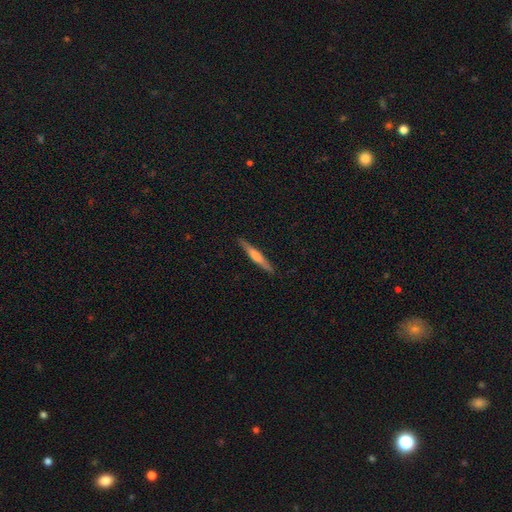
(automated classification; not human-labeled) featured or disk 56%, smooth 38%, star or artifact 6%. Down the decision tree: edge-on disk — yes (97%); edge-on bulge — rounded (69%); merging — none (90%).